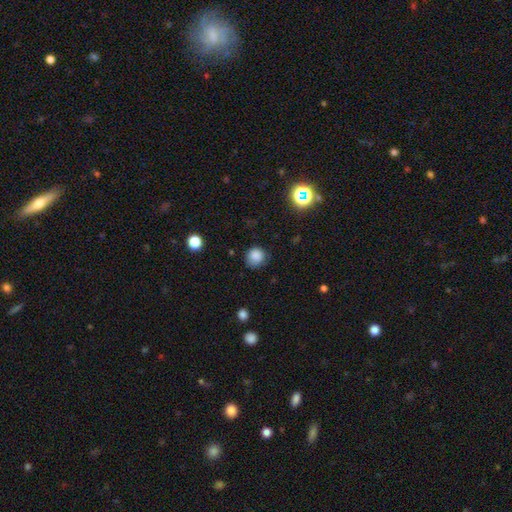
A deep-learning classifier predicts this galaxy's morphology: smooth_or_featured: smooth (p=0.84) [alt: star or artifact p=0.12]
how_rounded: round (p=0.85) [alt: in between p=0.14]
merging: none (p=0.74) [alt: minor disturbance p=0.19]